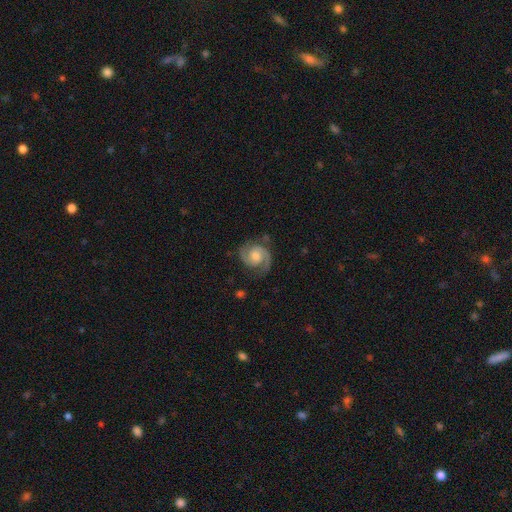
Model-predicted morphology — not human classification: Smooth or featured?
  - featured or disk: 89% *
  - smooth: 6%
  - star or artifact: 5%
Edge-on disk?
  - no: 98% *
  - yes: 2%
Bar?
  - no: 58% *
  - weak: 35%
  - strong: 7%
Spiral arms?
  - yes: 98% *
  - no: 2%
Spiral winding?
  - medium: 50% *
  - tight: 40%
  - loose: 10%
Spiral arm count?
  - 2: 92% *
  - 1: 2%
  - can't tell: 2%
  - 3: 2%
  - 4: 1%
  - more than 4: 1%
Bulge size?
  - moderate: 56% *
  - small: 26%
  - large: 9%
  - none: 8%
  - dominant: 1%
Merging?
  - none: 80% *
  - minor disturbance: 14%
  - major disturbance: 4%
  - merger: 2%